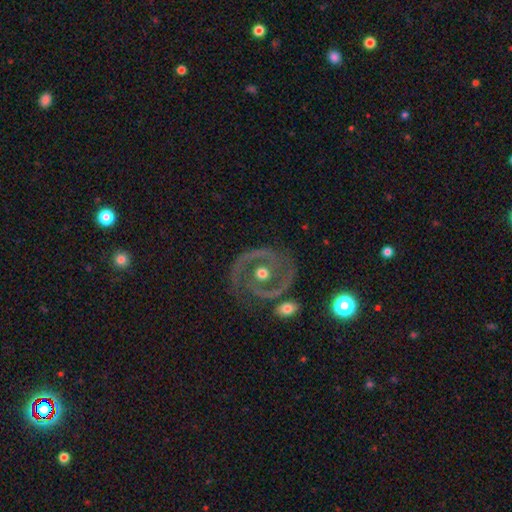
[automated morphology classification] Smooth or featured: featured or disk — 80% (smooth — 11%)
Edge-on disk: no — 97% (yes — 3%)
Bar: no — 55% (weak — 29%)
Spiral arms: yes — 72% (no — 28%)
Spiral winding: tight — 48% (medium — 39%)
Spiral arm count: 2 — 70% (1 — 11%)
Bulge size: moderate — 63% (small — 30%)
Merging: none — 73% (minor disturbance — 14%)